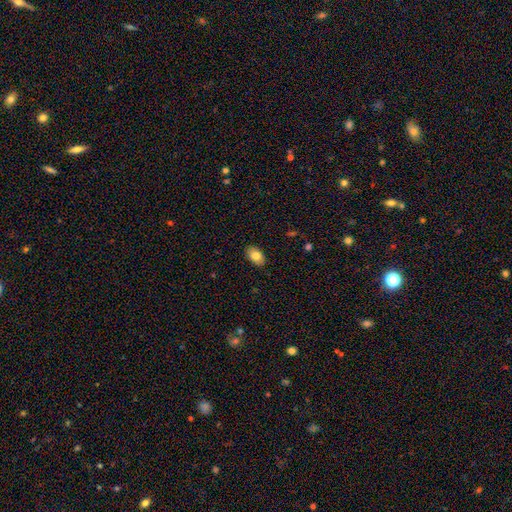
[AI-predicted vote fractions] smooth-or-featured: smooth: 83% | featured or disk: 10% | star or artifact: 7%
  how-rounded: in between: 90% | round: 9% | cigar-shaped: 1%
  merging: none: 88% | minor disturbance: 9% | major disturbance: 2% | merger: 1%